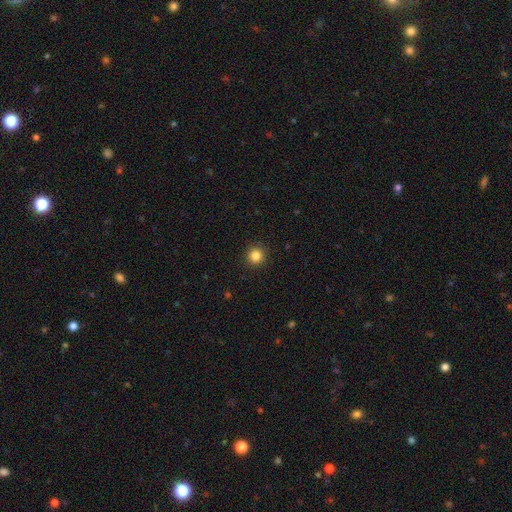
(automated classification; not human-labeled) smooth 85%, star or artifact 11%, featured or disk 4%. Down the decision tree: how rounded — round (94%); merging — none (92%).